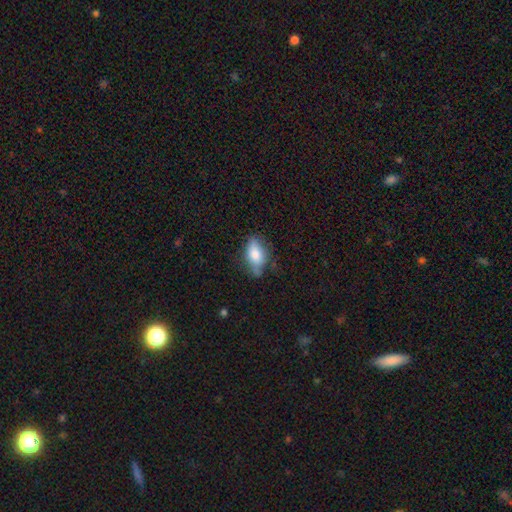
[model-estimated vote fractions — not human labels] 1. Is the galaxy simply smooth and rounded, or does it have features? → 73% smooth, 19% featured or disk, 8% star or artifact.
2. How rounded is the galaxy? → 87% in between, 7% cigar-shaped, 6% round.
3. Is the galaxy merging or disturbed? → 59% none, 30% minor disturbance, 8% major disturbance, 3% merger.